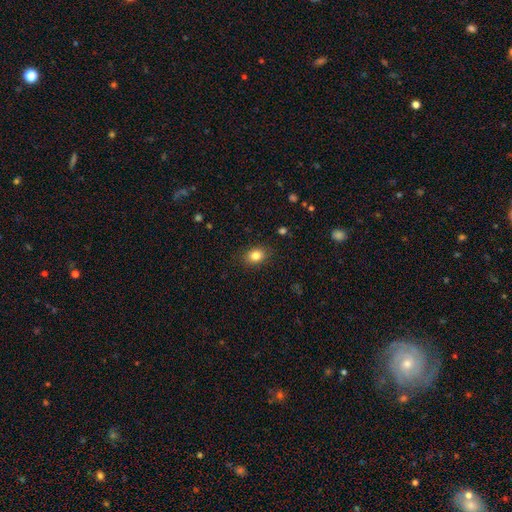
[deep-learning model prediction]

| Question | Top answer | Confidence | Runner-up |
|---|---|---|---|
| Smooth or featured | smooth | 84% | star or artifact (10%) |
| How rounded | in between | 63% | round (36%) |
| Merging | none | 86% | minor disturbance (10%) |